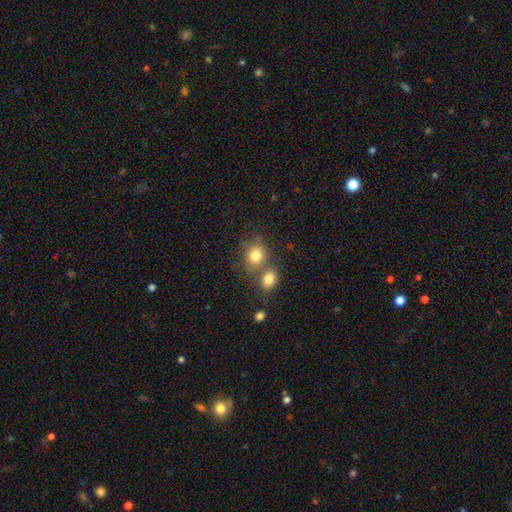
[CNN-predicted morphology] Smooth or featured?
  - smooth: 81% *
  - star or artifact: 10%
  - featured or disk: 9%
How rounded?
  - round: 69% *
  - in between: 30%
  - cigar-shaped: 1%
Merging?
  - none: 50% *
  - merger: 36%
  - minor disturbance: 10%
  - major disturbance: 4%